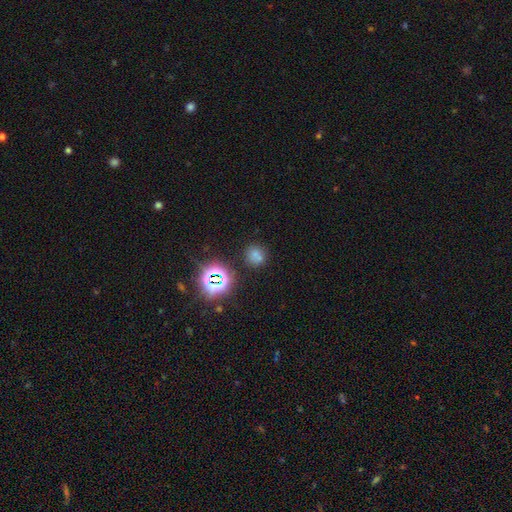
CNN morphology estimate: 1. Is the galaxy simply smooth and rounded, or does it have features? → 63% smooth, 27% star or artifact, 10% featured or disk.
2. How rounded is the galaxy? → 85% round, 14% in between, 1% cigar-shaped.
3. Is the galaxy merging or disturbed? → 66% none, 20% merger, 10% minor disturbance, 4% major disturbance.